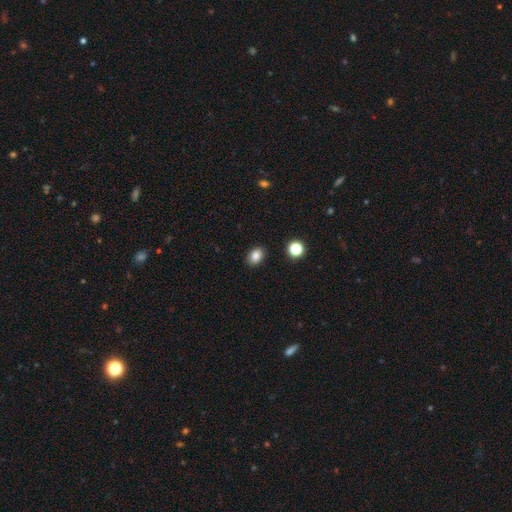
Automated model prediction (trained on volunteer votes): Smooth or featured? smooth (84%)
How rounded? in between (73%)
Merging? none (89%)